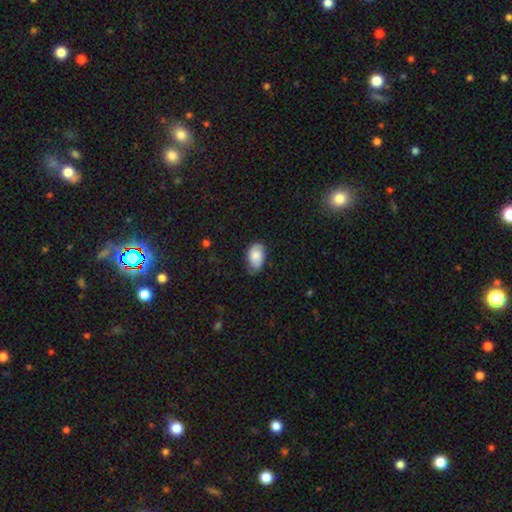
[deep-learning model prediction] Smooth or featured? smooth (80%)
How rounded? in between (91%)
Merging? none (61%)